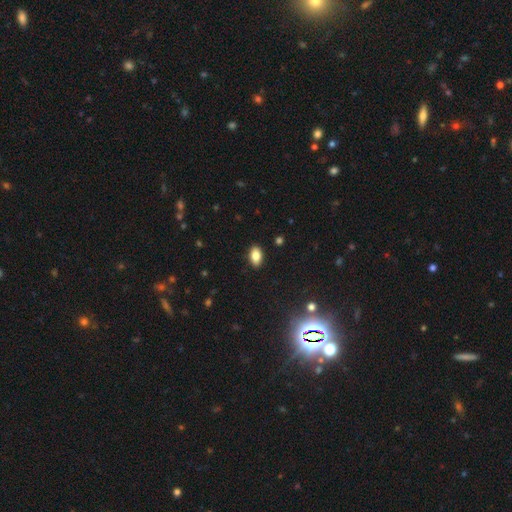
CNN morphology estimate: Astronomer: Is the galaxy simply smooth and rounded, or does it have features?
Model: smooth — 83%.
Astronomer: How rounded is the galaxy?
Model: in between — 92%.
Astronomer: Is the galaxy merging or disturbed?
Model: none — 90%.